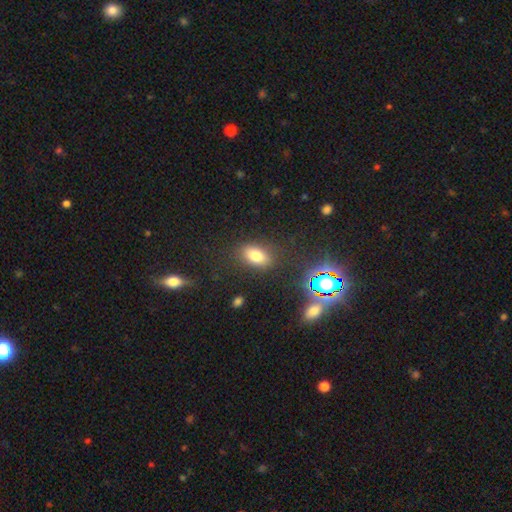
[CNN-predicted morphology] Overall: smooth (76%). How rounded: in between (83%). Merging: none (83%).